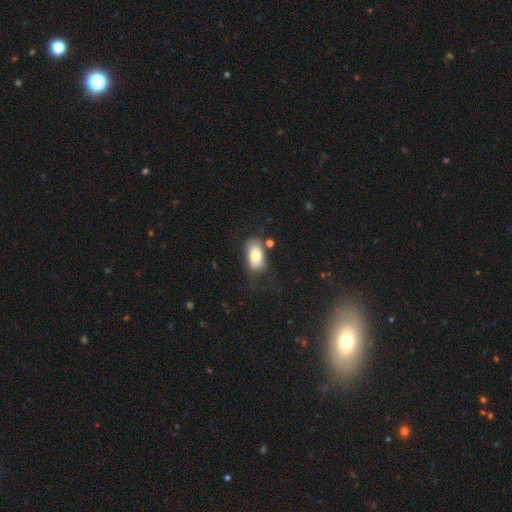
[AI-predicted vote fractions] smooth-or-featured: smooth: 81% | featured or disk: 12% | star or artifact: 7%
  how-rounded: in between: 92% | round: 5% | cigar-shaped: 3%
  merging: none: 57% | minor disturbance: 25% | major disturbance: 11% | merger: 7%